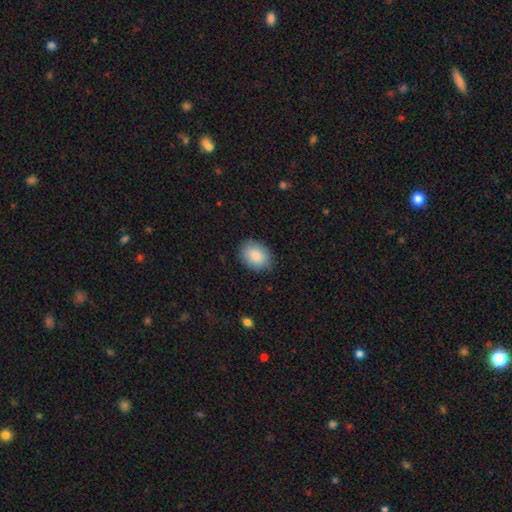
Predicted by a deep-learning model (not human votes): Smooth or featured?
  - smooth: 88% *
  - star or artifact: 7%
  - featured or disk: 5%
How rounded?
  - in between: 71% *
  - round: 28%
  - cigar-shaped: 1%
Merging?
  - none: 85% *
  - minor disturbance: 11%
  - major disturbance: 3%
  - merger: 1%